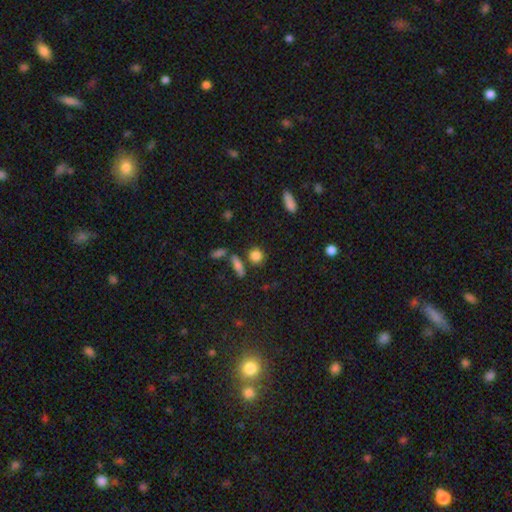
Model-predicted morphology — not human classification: Smooth or featured?
  - smooth: 83% *
  - star or artifact: 10%
  - featured or disk: 7%
How rounded?
  - round: 78% *
  - in between: 19%
  - cigar-shaped: 3%
Merging?
  - none: 76% *
  - minor disturbance: 11%
  - merger: 10%
  - major disturbance: 4%